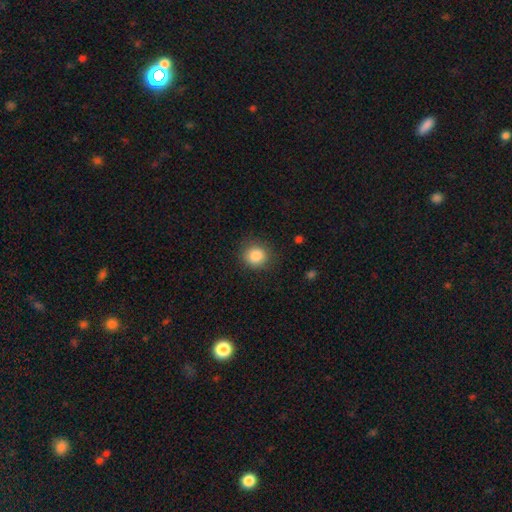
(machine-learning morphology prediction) The model was most divided on "how rounded": round: 87%, in between: 12%, cigar-shaped: 1%. More confident: merging — none (86%); smooth or featured — smooth (86%).